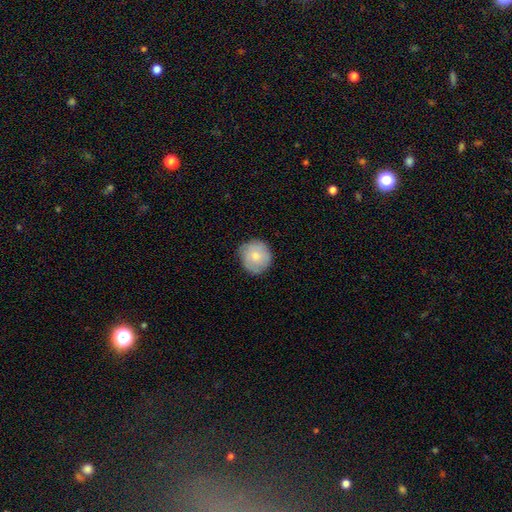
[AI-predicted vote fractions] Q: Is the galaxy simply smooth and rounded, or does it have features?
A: smooth — 74%.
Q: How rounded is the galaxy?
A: round — 92%.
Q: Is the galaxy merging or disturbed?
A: none — 79%.